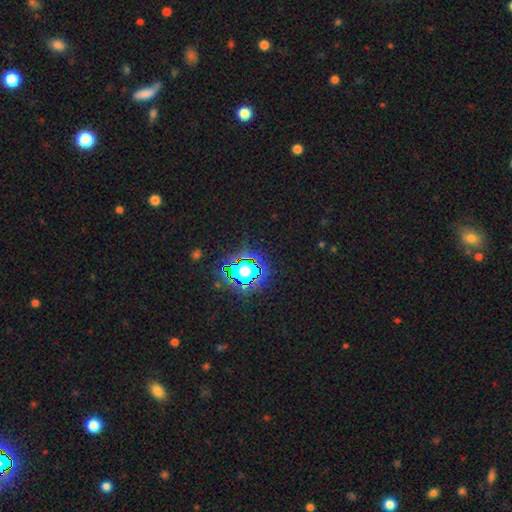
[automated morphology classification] Smooth or featured: star or artifact — 81% (smooth — 12%)